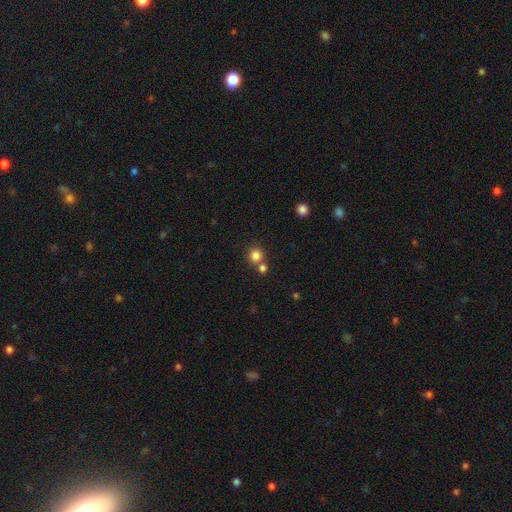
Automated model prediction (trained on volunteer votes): Smooth or featured? smooth (82%)
How rounded? round (89%)
Merging? none (63%)